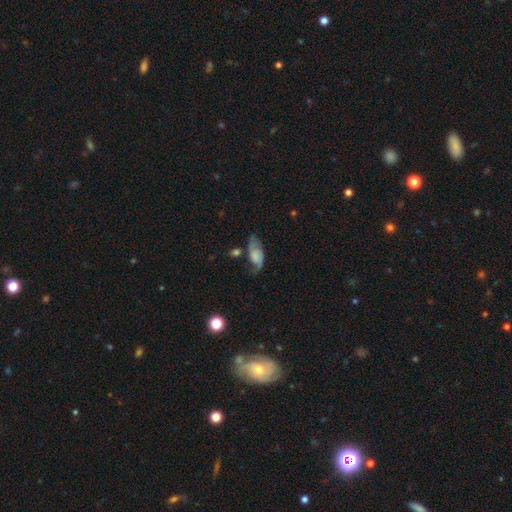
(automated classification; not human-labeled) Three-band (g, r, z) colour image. It shows a featured or disk galaxy (47%). Merging: none (43%).